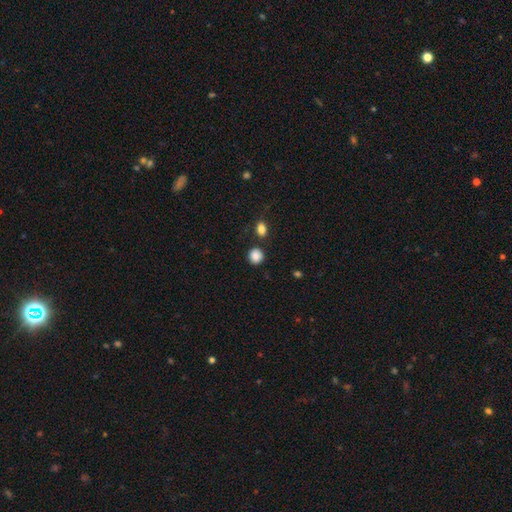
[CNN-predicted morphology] smooth 87%, star or artifact 9%, featured or disk 4%. Down the decision tree: how rounded — round (84%); merging — none (83%).